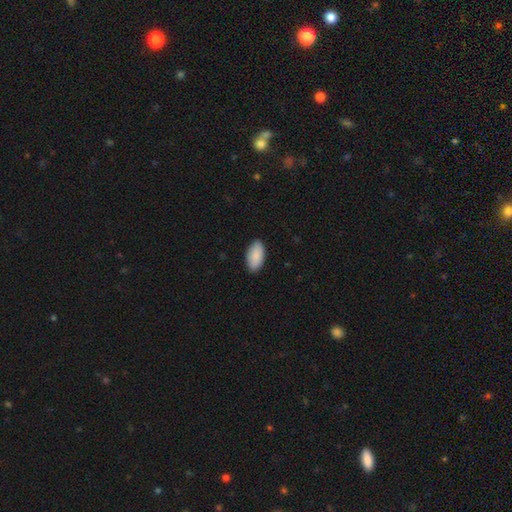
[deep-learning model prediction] smooth_or_featured: smooth (p=0.90) [alt: star or artifact p=0.05]
how_rounded: in between (p=0.96) [alt: cigar-shaped p=0.02]
merging: none (p=0.89) [alt: minor disturbance p=0.09]